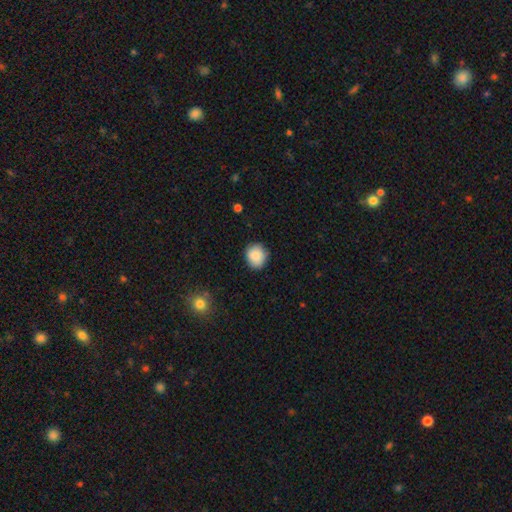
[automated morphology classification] Smooth or featured? Predicted: smooth (p=0.88). How rounded? Predicted: round (p=0.81). Merging? Predicted: none (p=0.86).